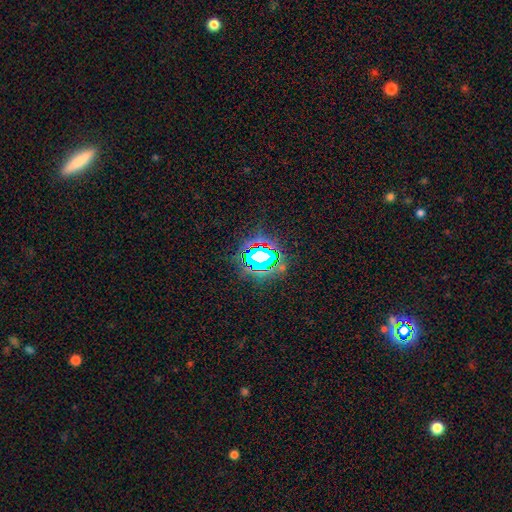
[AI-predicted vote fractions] Smooth or featured: star or artifact — 71% (smooth — 17%)